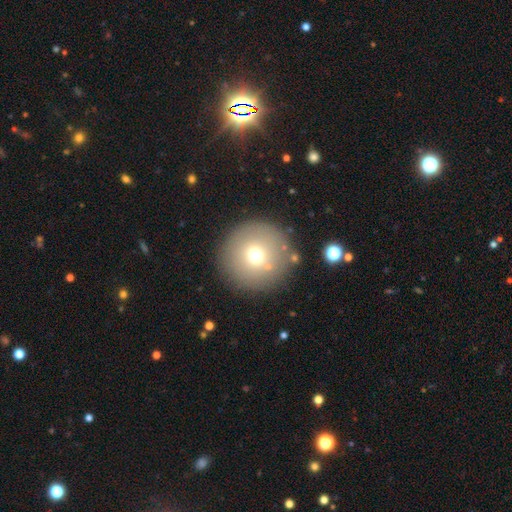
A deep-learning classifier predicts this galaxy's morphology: smooth-or-featured: smooth: 69% | featured or disk: 17% | star or artifact: 14%
  how-rounded: round: 96% | in between: 3% | cigar-shaped: 1%
  merging: none: 86% | minor disturbance: 7% | major disturbance: 4% | merger: 3%